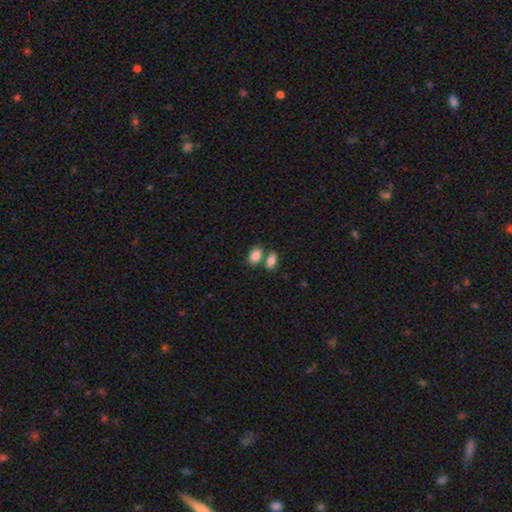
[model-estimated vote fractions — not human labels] This appears to be a smooth galaxy with no disk features (87%) that is in between round and cigar-shaped (86%). Merging: none (50%).